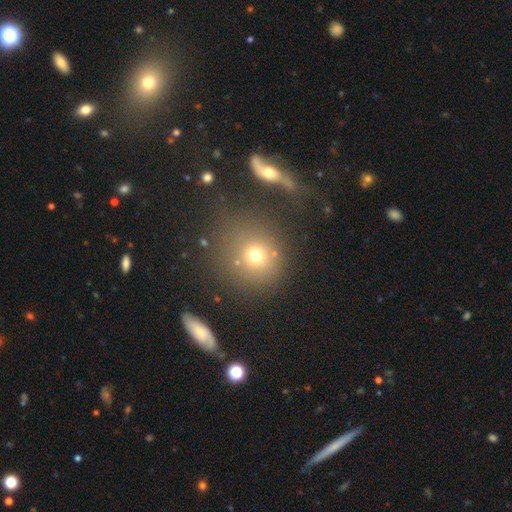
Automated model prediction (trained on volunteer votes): Q: Smooth or featured?
A: smooth (69%); runner-up: star or artifact (17%)
Q: How rounded?
A: round (86%); runner-up: in between (13%)
Q: Merging?
A: none (66%); runner-up: merger (13%)